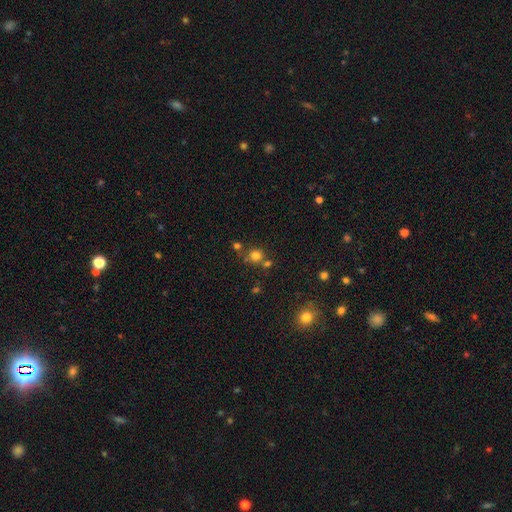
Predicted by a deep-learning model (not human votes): smooth_or_featured: smooth (p=0.74) [alt: star or artifact p=0.18]
how_rounded: round (p=0.88) [alt: in between p=0.11]
merging: none (p=0.64) [alt: merger p=0.23]